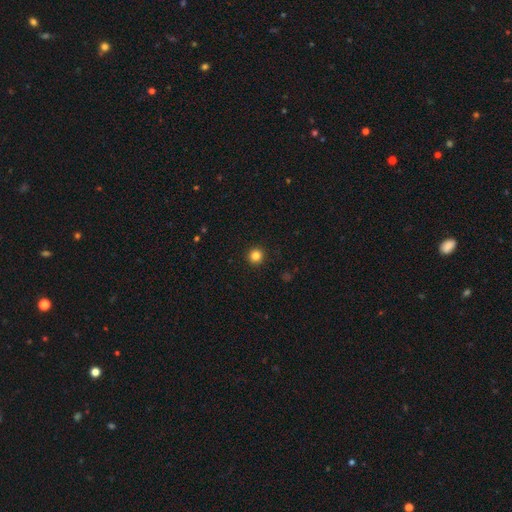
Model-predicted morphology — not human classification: Smooth or featured: smooth — 83% (star or artifact — 12%)
How rounded: round — 96% (in between — 3%)
Merging: none — 93% (minor disturbance — 4%)